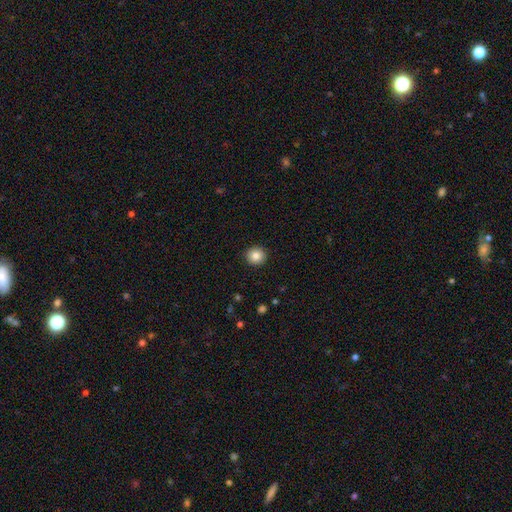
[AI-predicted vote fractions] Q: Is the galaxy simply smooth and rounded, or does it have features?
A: smooth — 86%.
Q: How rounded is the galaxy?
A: round — 93%.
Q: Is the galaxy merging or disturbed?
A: none — 92%.